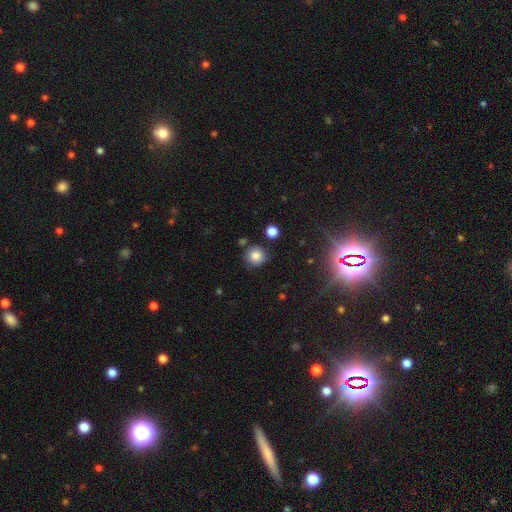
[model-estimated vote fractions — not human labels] smooth_or_featured: smooth (p=0.82) [alt: star or artifact p=0.11]
how_rounded: round (p=0.92) [alt: in between p=0.07]
merging: none (p=0.81) [alt: minor disturbance p=0.10]